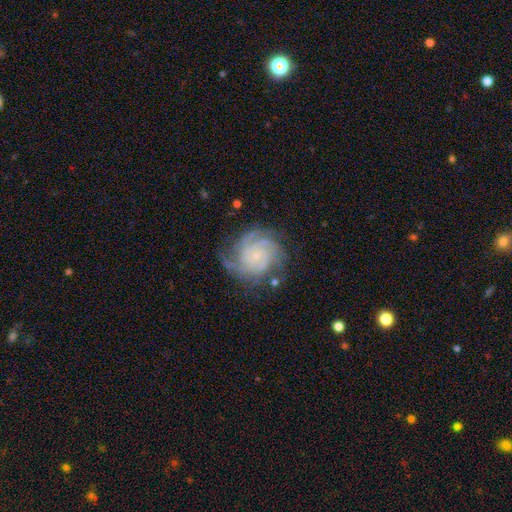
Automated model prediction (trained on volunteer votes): featured or disk 87%, smooth 7%, star or artifact 6%. Down the decision tree: edge-on disk — no (98%); bar — no (77%); spiral arms — yes (98%); spiral arm count — 4 (34%); spiral winding — tight (69%); bulge size — small (82%); merging — none (72%).